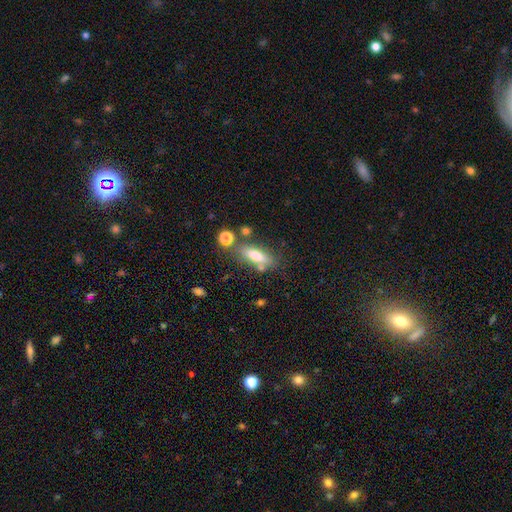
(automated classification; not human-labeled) Smooth or featured: smooth — 70% (featured or disk — 21%)
How rounded: in between — 59% (cigar-shaped — 37%)
Merging: none — 66% (minor disturbance — 16%)